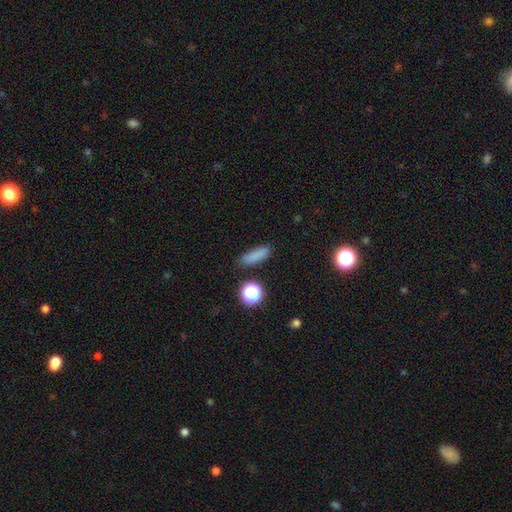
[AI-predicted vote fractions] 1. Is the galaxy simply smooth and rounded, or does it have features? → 81% smooth, 13% star or artifact, 6% featured or disk.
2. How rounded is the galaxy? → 55% cigar-shaped, 38% in between, 7% round.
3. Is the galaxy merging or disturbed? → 84% none, 11% minor disturbance, 3% major disturbance, 2% merger.